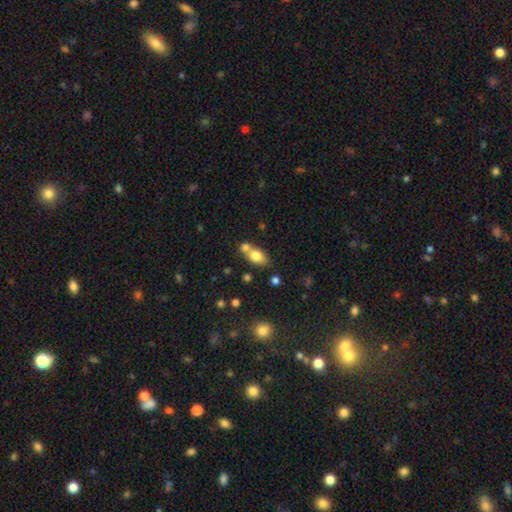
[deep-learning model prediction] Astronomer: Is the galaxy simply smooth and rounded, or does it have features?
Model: smooth — 77%.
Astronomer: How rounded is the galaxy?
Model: in between — 79%.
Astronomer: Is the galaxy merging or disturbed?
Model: none — 45% (runner-up: merger, 40%).